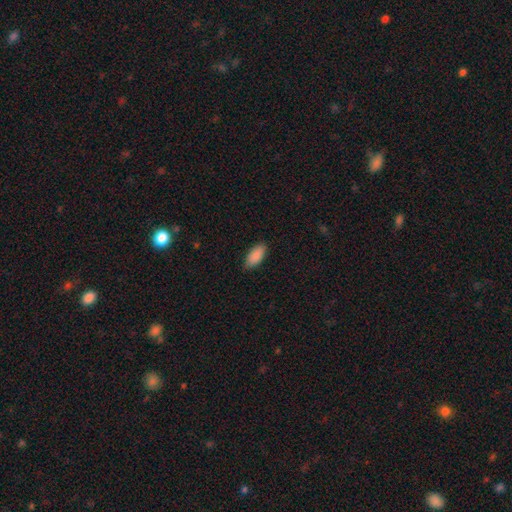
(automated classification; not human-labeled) Q: Smooth or featured?
A: smooth (89%); runner-up: star or artifact (6%)
Q: How rounded?
A: in between (89%); runner-up: cigar-shaped (9%)
Q: Merging?
A: none (85%); runner-up: minor disturbance (12%)